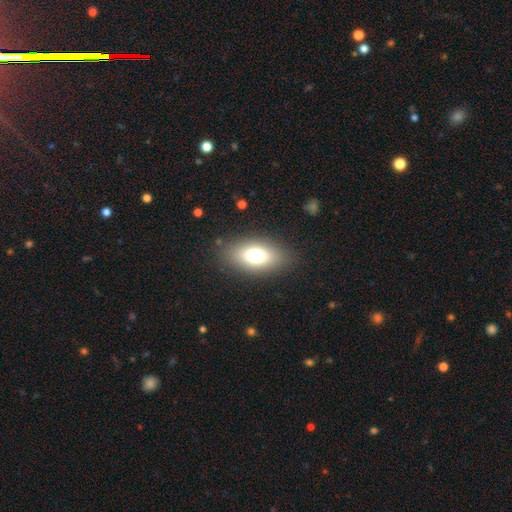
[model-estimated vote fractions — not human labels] smooth 71%, featured or disk 18%, star or artifact 11%. Down the decision tree: how rounded — in between (85%); merging — none (84%).